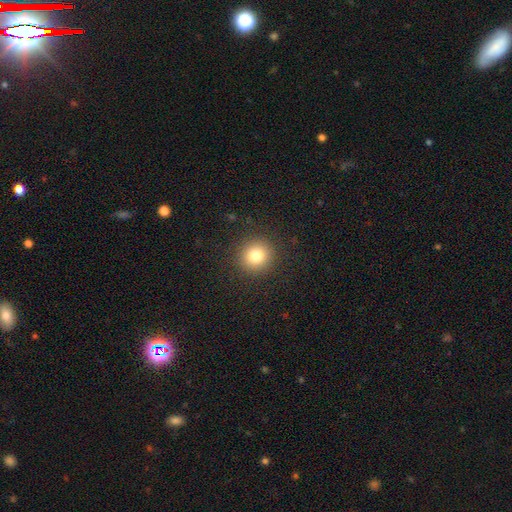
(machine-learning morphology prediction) This is clearly a smooth galaxy (81%). How rounded: clearly round (91%). Merging: clearly none (91%).